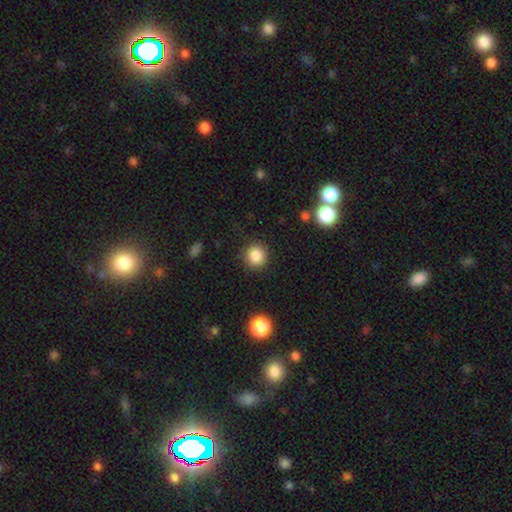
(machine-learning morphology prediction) Q: Smooth or featured?
A: smooth (85%); runner-up: star or artifact (10%)
Q: How rounded?
A: round (92%); runner-up: in between (7%)
Q: Merging?
A: none (89%); runner-up: minor disturbance (7%)